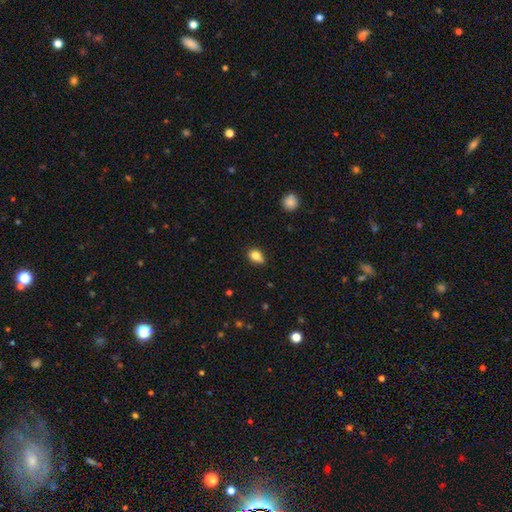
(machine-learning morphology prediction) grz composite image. It shows a smooth galaxy with no disk features (82%) that is in between round and cigar-shaped (64%). Merging: none (57%).